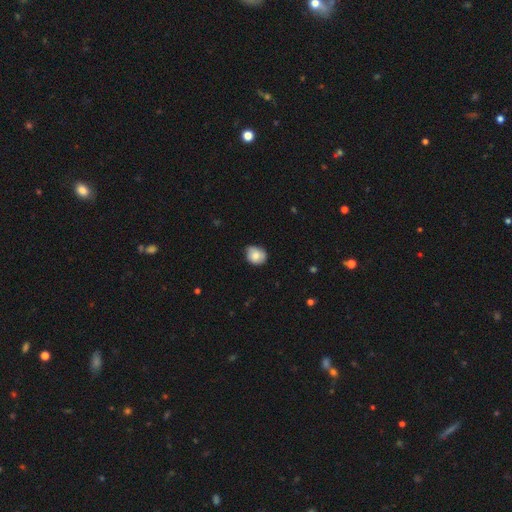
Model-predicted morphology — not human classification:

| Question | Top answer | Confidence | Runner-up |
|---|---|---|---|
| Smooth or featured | smooth | 77% | featured or disk (15%) |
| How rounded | round | 60% | in between (39%) |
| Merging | none | 66% | minor disturbance (29%) |